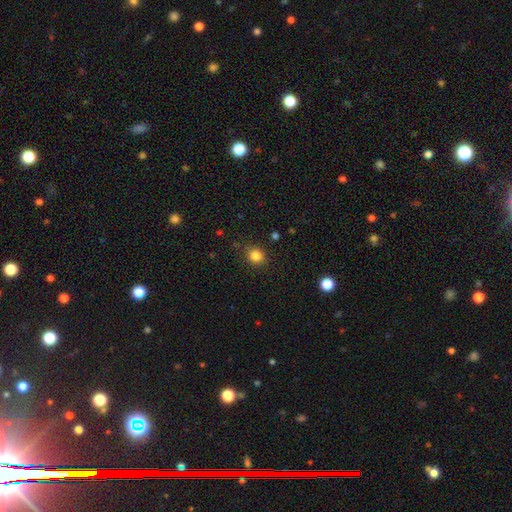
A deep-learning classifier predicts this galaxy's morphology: This appears to be a smooth galaxy with no disk features (84%) that is round (81%). Merging: none (87%).